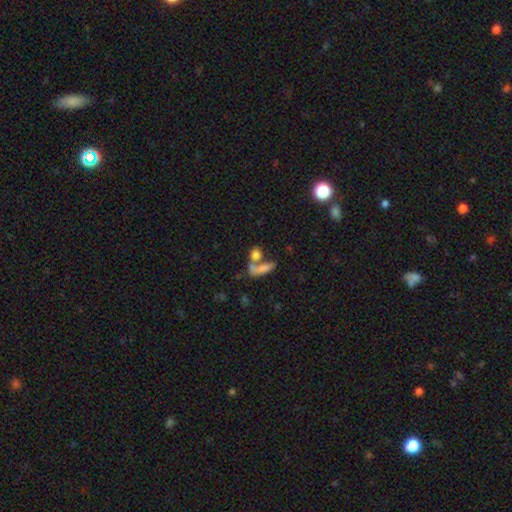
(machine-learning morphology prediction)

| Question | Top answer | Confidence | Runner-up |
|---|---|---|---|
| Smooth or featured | smooth | 74% | featured or disk (15%) |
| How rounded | in between | 51% | round (37%) |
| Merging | merger | 49% | none (35%) |